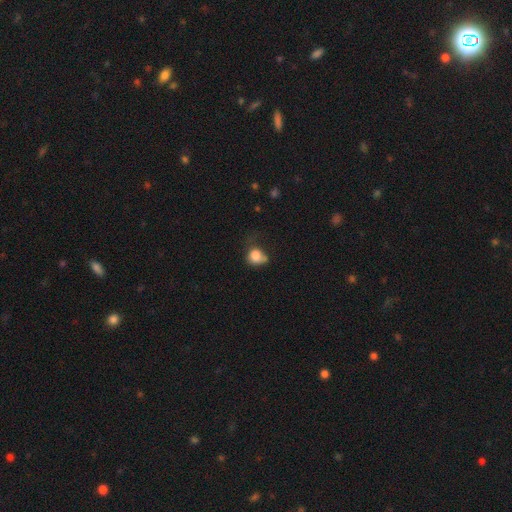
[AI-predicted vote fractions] A smooth galaxy with no disk features (80%) that is round (65%).

Vote fractions:
- Smooth or featured? smooth: 80% / star or artifact: 10% / featured or disk: 10%
- How rounded? round: 65% / in between: 34% / cigar-shaped: 1%
- Merging? minor disturbance: 33% / none: 32% / major disturbance: 27% / merger: 8%